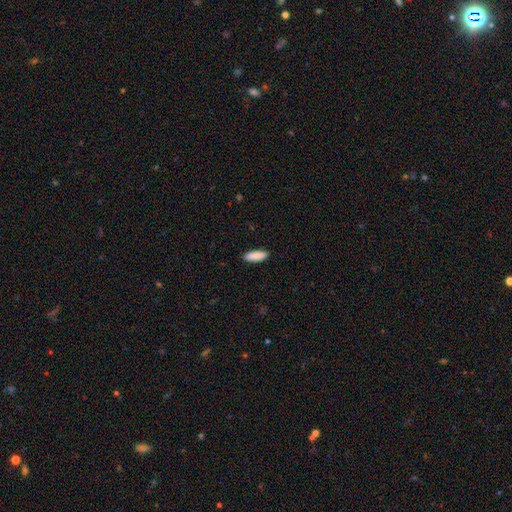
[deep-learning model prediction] Q: Smooth or featured?
A: smooth (89%); runner-up: star or artifact (5%)
Q: How rounded?
A: in between (61%); runner-up: cigar-shaped (37%)
Q: Merging?
A: none (89%); runner-up: minor disturbance (8%)